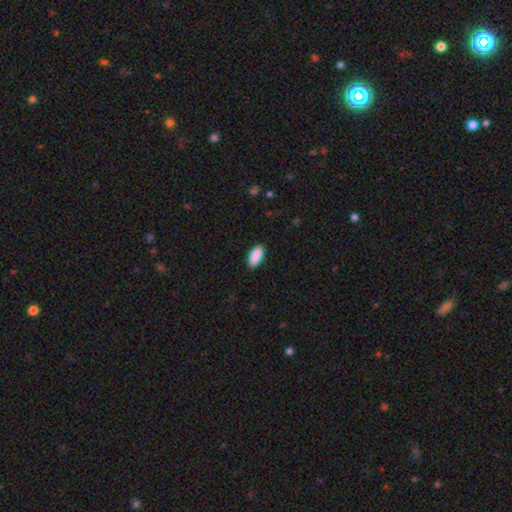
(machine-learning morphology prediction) This appears to be a smooth galaxy with no disk features (91%) that is in between round and cigar-shaped (89%). Merging: none (90%).